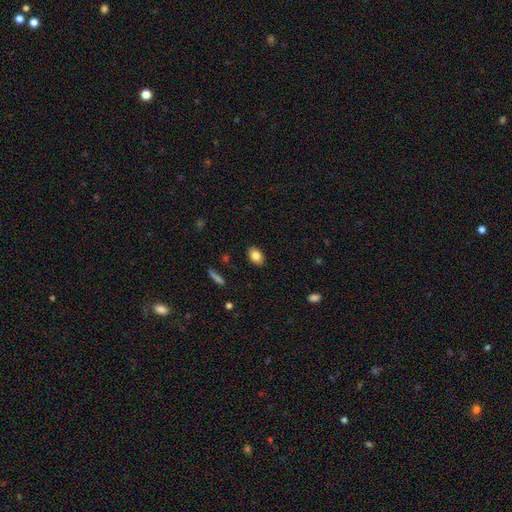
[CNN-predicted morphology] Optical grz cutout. It shows a smooth galaxy with no disk features (83%) that is in between round and cigar-shaped (85%). Merging: none (88%).